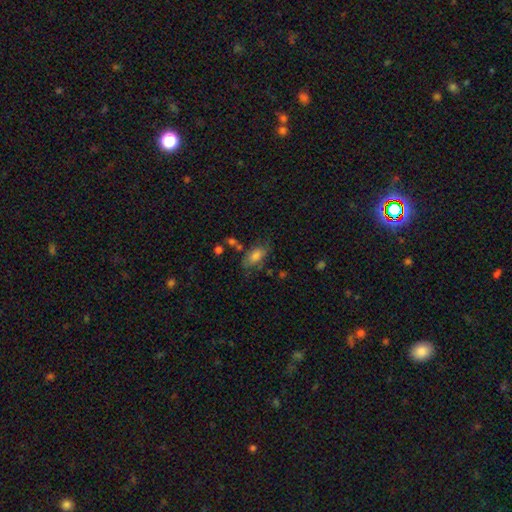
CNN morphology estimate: Overall: smooth (72%). How rounded: in between (87%). Merging: none (57%; minor disturbance 24%).